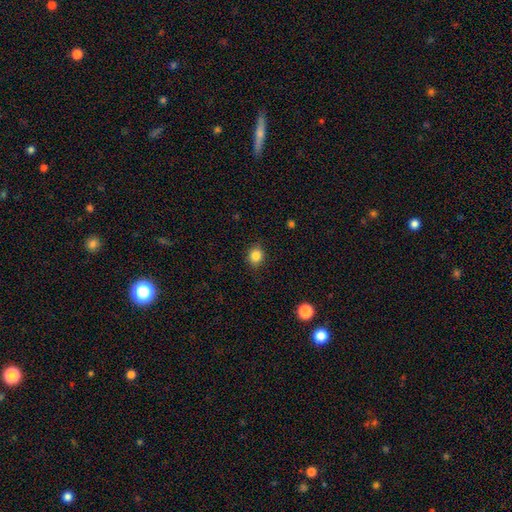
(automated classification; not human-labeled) Smooth or featured: smooth — 85% (star or artifact — 11%)
How rounded: round — 79% (in between — 20%)
Merging: none — 86% (minor disturbance — 10%)